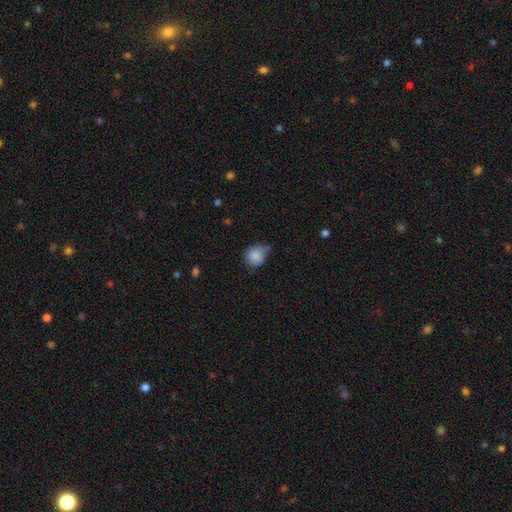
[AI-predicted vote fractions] smooth_or_featured: smooth (p=0.82) [alt: featured or disk p=0.10]
how_rounded: round (p=0.74) [alt: in between p=0.25]
merging: minor disturbance (p=0.44) [alt: none p=0.38]